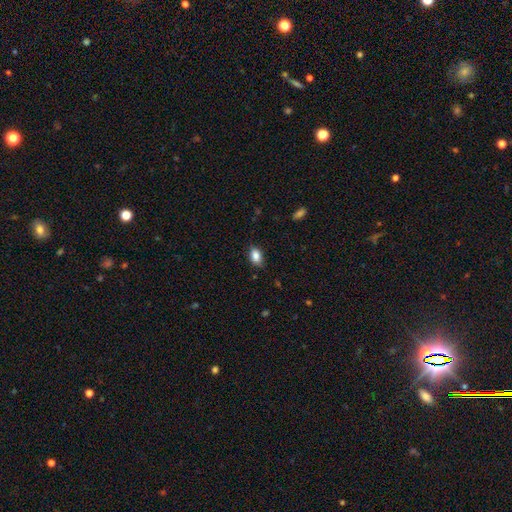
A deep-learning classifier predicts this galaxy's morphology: Q: Smooth or featured?
A: smooth (85%); runner-up: star or artifact (8%)
Q: How rounded?
A: in between (84%); runner-up: round (14%)
Q: Merging?
A: none (78%); runner-up: minor disturbance (18%)